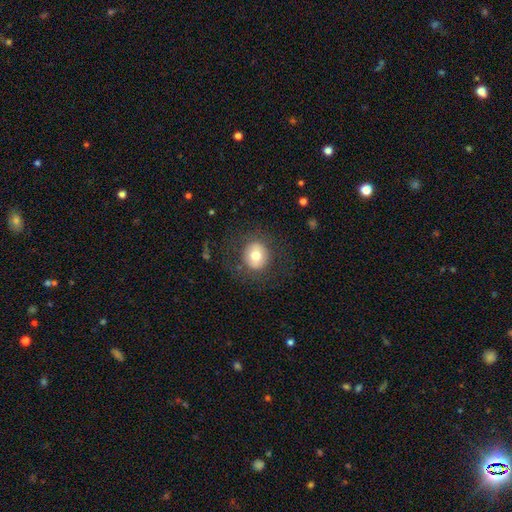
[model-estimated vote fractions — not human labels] Smooth or featured? smooth (71%)
How rounded? round (80%)
Merging? none (81%)